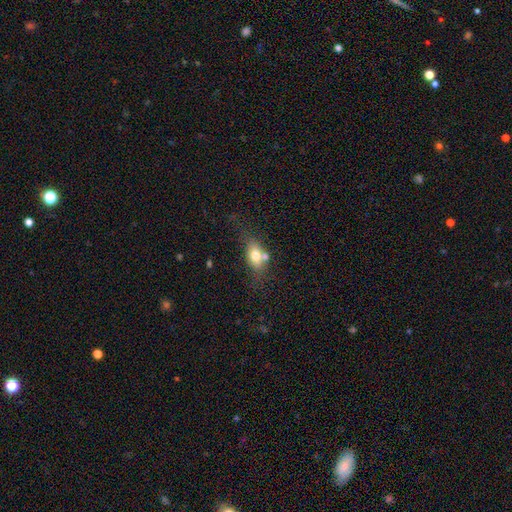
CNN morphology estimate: A smooth galaxy with no disk features (70%) that is in between round and cigar-shaped (77%).

Vote fractions:
- Smooth or featured? smooth: 70% / featured or disk: 20% / star or artifact: 9%
- How rounded? in between: 77% / round: 16% / cigar-shaped: 7%
- Merging? none: 47% / merger: 23% / minor disturbance: 20% / major disturbance: 10%